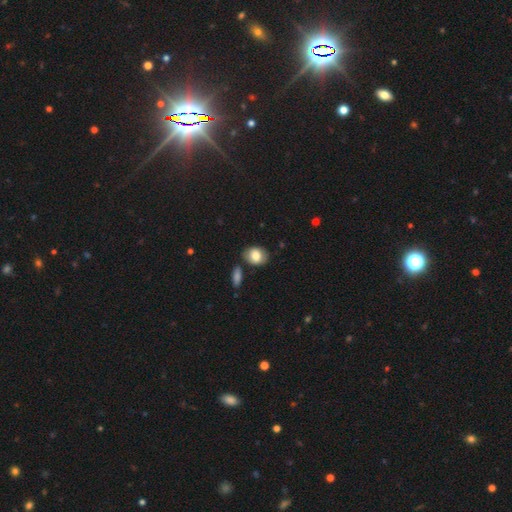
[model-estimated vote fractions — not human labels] The model was most divided on "how rounded": in between: 62%, round: 37%, cigar-shaped: 1%. More confident: smooth or featured — smooth (79%); merging — none (73%).